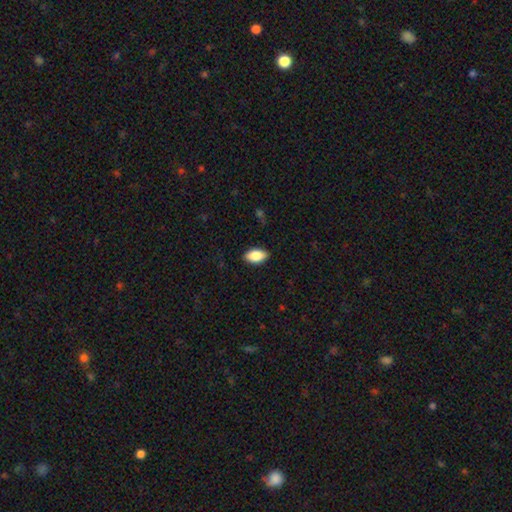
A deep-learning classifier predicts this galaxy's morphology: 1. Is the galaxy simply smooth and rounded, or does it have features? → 85% smooth, 8% featured or disk, 7% star or artifact.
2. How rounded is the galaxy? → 93% in between, 5% round, 3% cigar-shaped.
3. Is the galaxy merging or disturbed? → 88% none, 9% minor disturbance, 2% major disturbance, 1% merger.